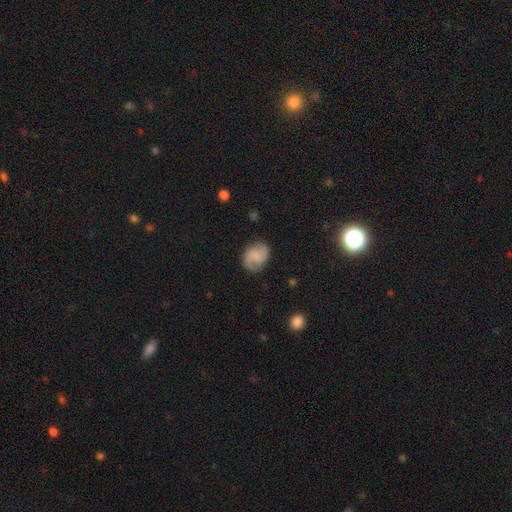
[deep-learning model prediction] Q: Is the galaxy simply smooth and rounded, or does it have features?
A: smooth — 53%.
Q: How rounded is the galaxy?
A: in between — 61%.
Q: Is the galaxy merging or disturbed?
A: none — 76%.